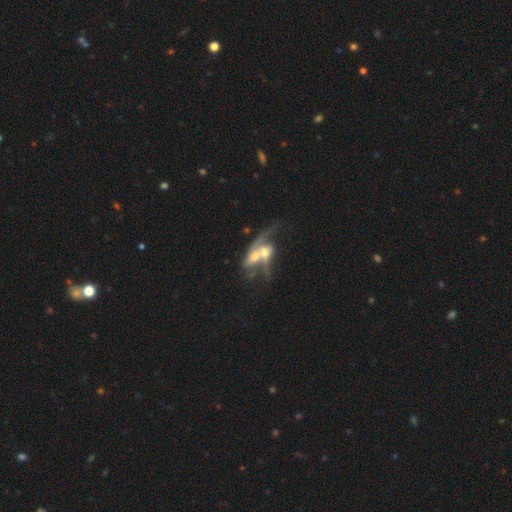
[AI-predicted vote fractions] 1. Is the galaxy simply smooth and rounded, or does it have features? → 64% featured or disk, 27% smooth, 9% star or artifact.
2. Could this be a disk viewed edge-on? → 91% no, 9% yes.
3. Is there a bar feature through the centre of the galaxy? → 67% no, 23% weak, 9% strong.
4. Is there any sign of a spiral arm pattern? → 59% yes, 41% no.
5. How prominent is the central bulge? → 49% moderate, 21% small, 18% large, 9% none, 3% dominant.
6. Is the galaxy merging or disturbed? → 77% merger, 10% major disturbance, 9% none, 4% minor disturbance.